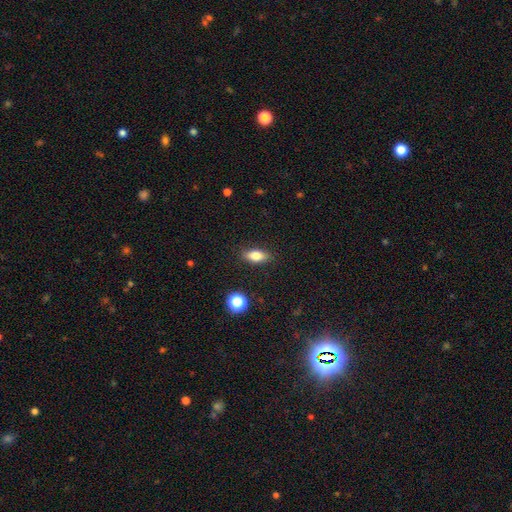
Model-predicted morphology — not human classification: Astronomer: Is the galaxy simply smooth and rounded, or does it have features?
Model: smooth — 78%.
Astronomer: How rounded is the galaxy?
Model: in between — 80%.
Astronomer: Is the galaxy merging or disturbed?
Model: none — 87%.